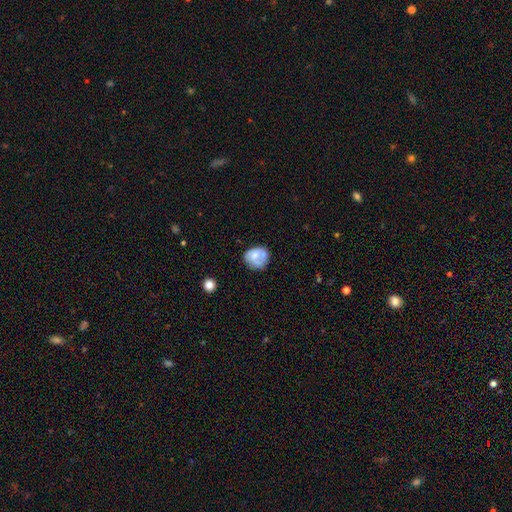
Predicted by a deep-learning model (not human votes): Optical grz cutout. It shows a smooth galaxy with no disk features (52%) that is round (64%). Merging: none (45%).